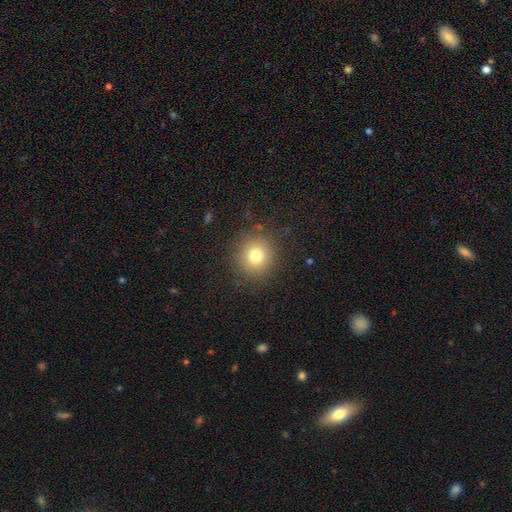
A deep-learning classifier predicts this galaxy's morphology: A smooth galaxy with no disk features (77%) that is round (92%).

Vote fractions:
- Smooth or featured? smooth: 77% / star or artifact: 13% / featured or disk: 10%
- How rounded? round: 92% / in between: 7% / cigar-shaped: 1%
- Merging? none: 87% / minor disturbance: 8% / major disturbance: 3% / merger: 1%